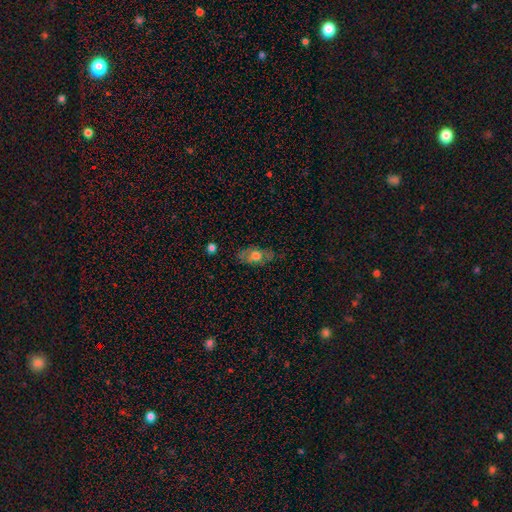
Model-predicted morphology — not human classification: Q: Smooth or featured?
A: smooth (53%); runner-up: featured or disk (39%)
Q: How rounded?
A: in between (84%); runner-up: round (8%)
Q: Merging?
A: none (75%); runner-up: minor disturbance (19%)